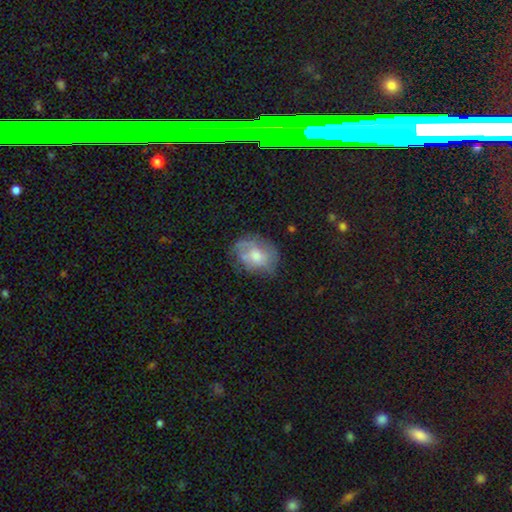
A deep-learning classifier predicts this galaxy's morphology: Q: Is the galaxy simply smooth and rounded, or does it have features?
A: smooth — 54%.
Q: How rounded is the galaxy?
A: in between — 64%.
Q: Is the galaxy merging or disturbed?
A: none — 56%.